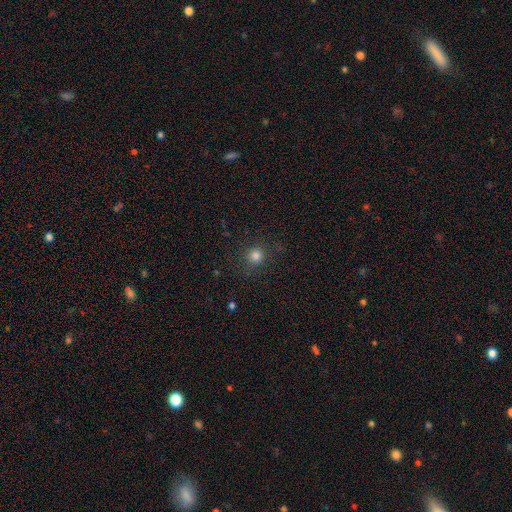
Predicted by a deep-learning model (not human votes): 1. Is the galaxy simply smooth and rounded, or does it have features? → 81% smooth, 14% star or artifact, 5% featured or disk.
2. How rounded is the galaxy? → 91% round, 8% in between, 1% cigar-shaped.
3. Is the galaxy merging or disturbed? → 86% none, 9% minor disturbance, 4% major disturbance, 1% merger.